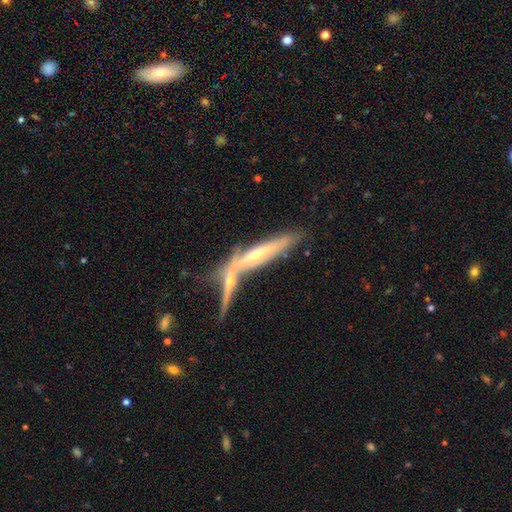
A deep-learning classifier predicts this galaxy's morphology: This appears to be a featured or disk galaxy (68%) viewed edge-on (85%) with a rounded central bulge (69%). Merging: none (44%).